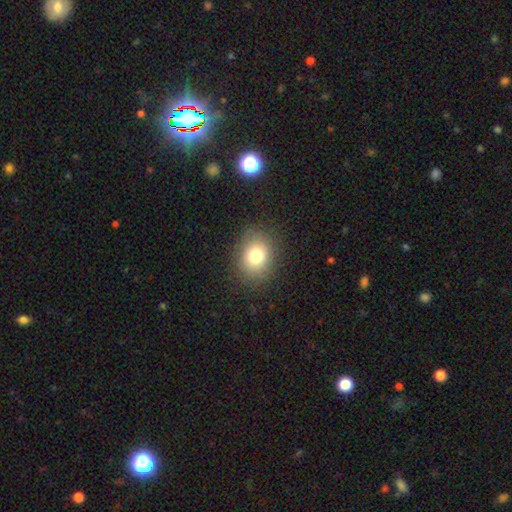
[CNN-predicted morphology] A smooth galaxy with no disk features (78%) that is round (51%).

Vote fractions:
- Smooth or featured? smooth: 78% / star or artifact: 12% / featured or disk: 10%
- How rounded? round: 51% / in between: 48% / cigar-shaped: 1%
- Merging? none: 86% / minor disturbance: 9% / major disturbance: 4% / merger: 1%